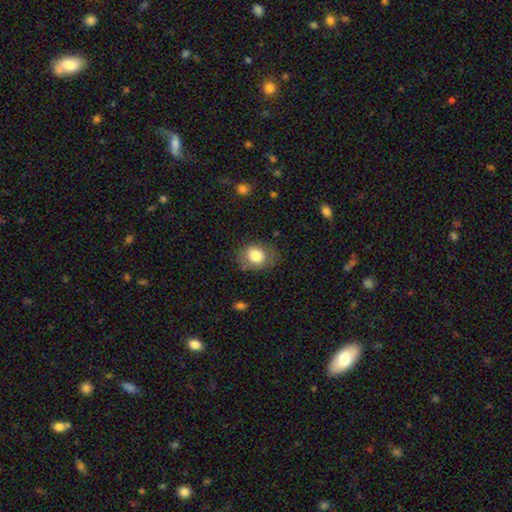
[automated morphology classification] The model was most divided on "how rounded": in between: 50%, round: 49%, cigar-shaped: 1%. More confident: smooth or featured — smooth (80%); merging — none (70%).